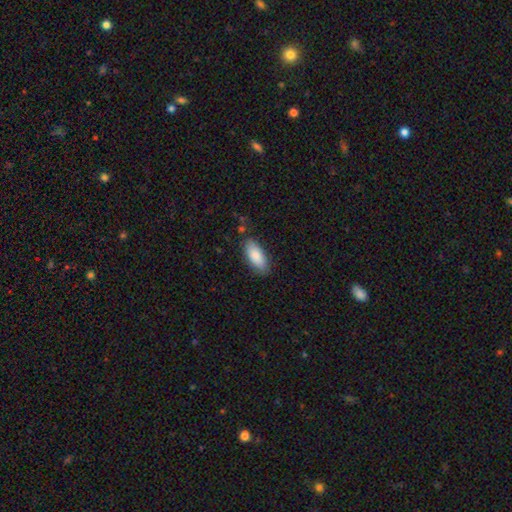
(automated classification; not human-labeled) Overall: smooth (86%). How rounded: in between (85%). Merging: none (82%).